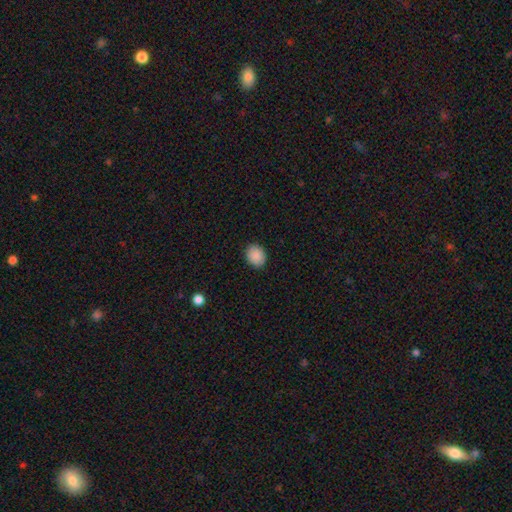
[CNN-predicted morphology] This appears to be a smooth galaxy with no disk features (89%) that is round (59%). Merging: none (89%).